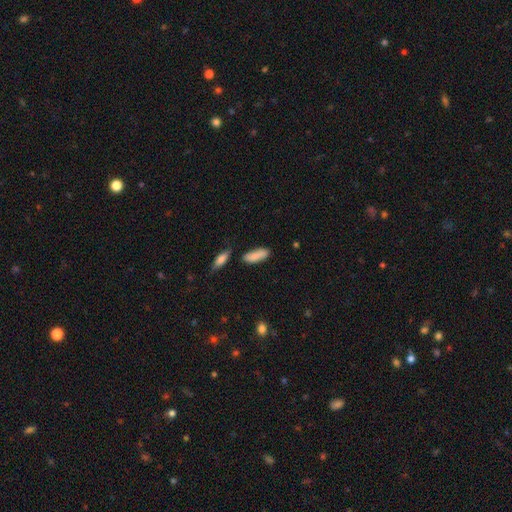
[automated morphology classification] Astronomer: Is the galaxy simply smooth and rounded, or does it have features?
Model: smooth — 87%.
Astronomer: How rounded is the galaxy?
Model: in between — 59% (runner-up: cigar-shaped, 39%).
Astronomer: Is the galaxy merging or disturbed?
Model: none — 76%.